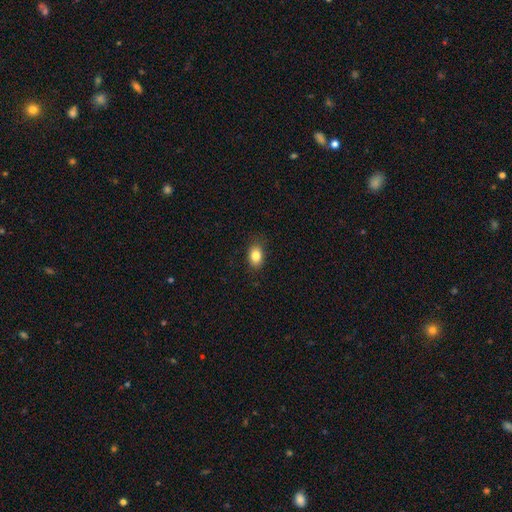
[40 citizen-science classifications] Volunteers were most divided on "merging": none: 87%, minor disturbance: 10%, major disturbance: 3%, merger: 0%. More confident: smooth or featured — smooth (95%); how rounded — in between (92%).